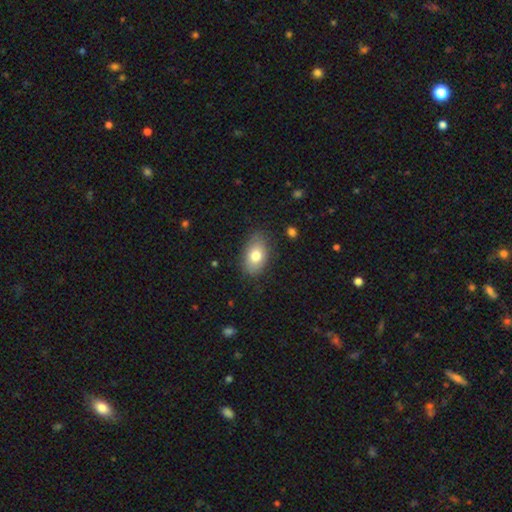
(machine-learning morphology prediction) A smooth galaxy with no disk features (77%) that is in between round and cigar-shaped (89%). Merging: none (80%).